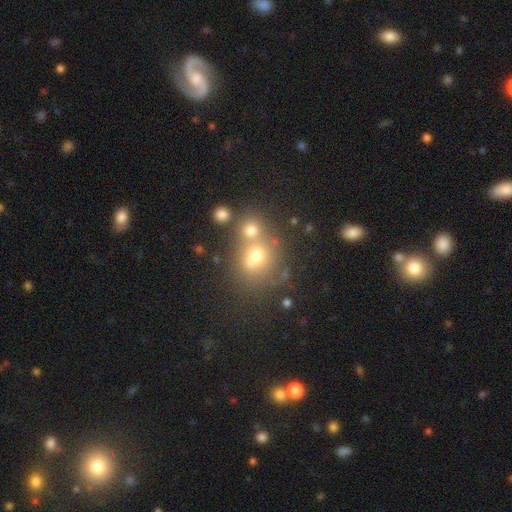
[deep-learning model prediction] Smooth or featured: smooth — 61% (featured or disk — 20%)
How rounded: round — 71% (in between — 28%)
Merging: merger — 49% (none — 37%)